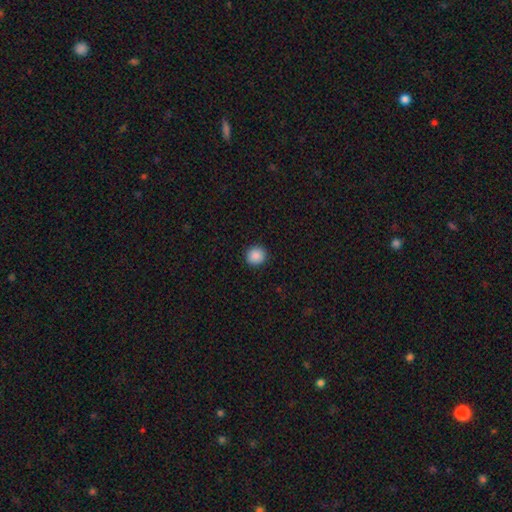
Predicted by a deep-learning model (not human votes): This appears to be a smooth galaxy with no disk features (88%) that is round (91%). Merging: none (92%).